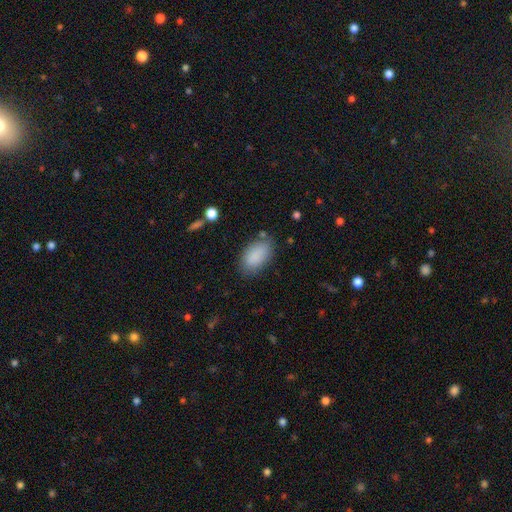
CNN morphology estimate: smooth_or_featured: smooth (p=0.88) [alt: star or artifact p=0.07]
how_rounded: in between (p=0.93) [alt: round p=0.05]
merging: none (p=0.79) [alt: minor disturbance p=0.14]